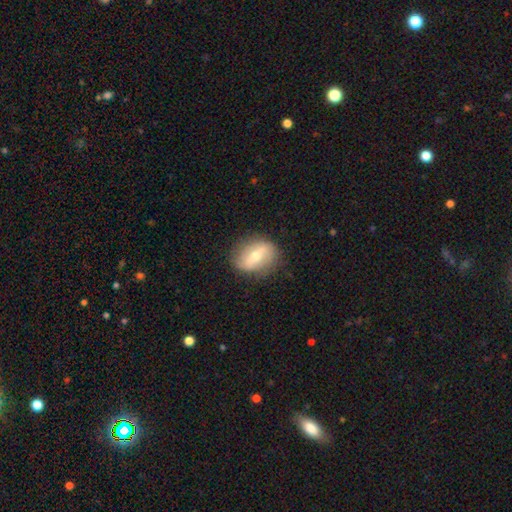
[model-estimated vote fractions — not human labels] Smooth or featured? featured or disk (54%)
Edge-on disk? no (82%)
Merging? none (80%)